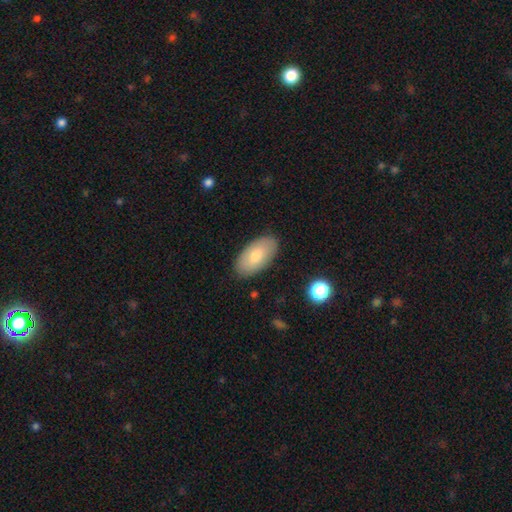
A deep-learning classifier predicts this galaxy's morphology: A smooth galaxy with no disk features (73%) that is in between round and cigar-shaped (95%).

Vote fractions:
- Smooth or featured? smooth: 73% / featured or disk: 21% / star or artifact: 6%
- How rounded? in between: 95% / round: 3% / cigar-shaped: 3%
- Merging? none: 87% / minor disturbance: 10% / major disturbance: 2% / merger: 1%